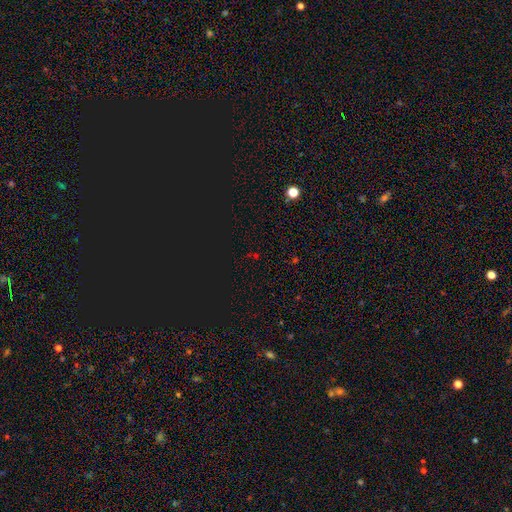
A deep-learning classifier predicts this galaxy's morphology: Overall: star or artifact (72%).